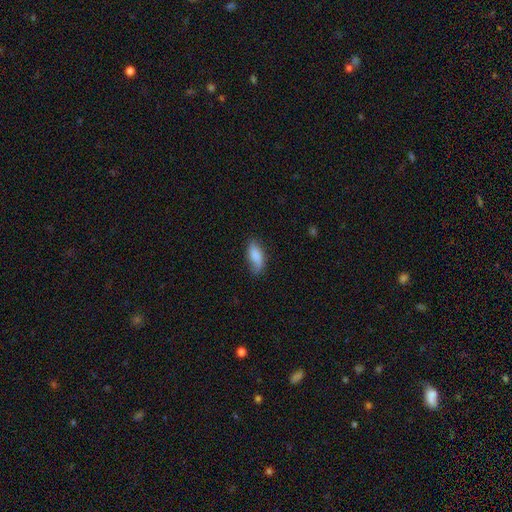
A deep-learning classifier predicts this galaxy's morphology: A smooth galaxy with no disk features (81%) that is in between round and cigar-shaped (81%). Merging: none (65%).